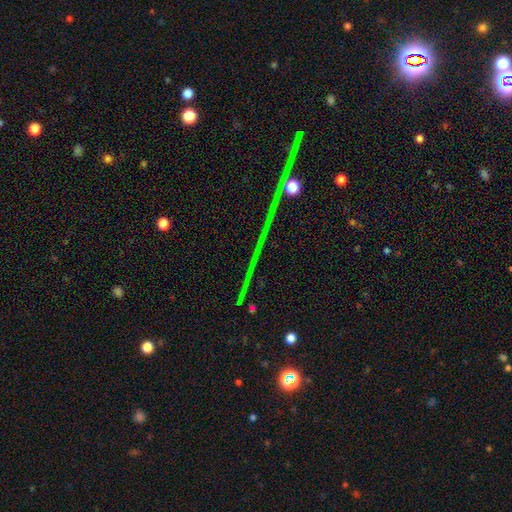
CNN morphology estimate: This is likely a star or artifact rather than a galaxy (73%).